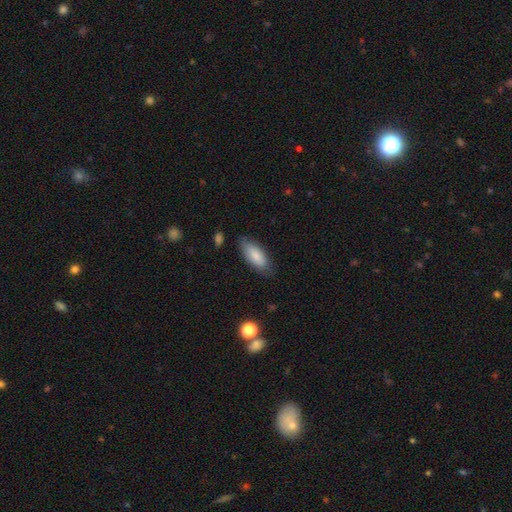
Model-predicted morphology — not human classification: Smooth or featured?
  - smooth: 84% *
  - featured or disk: 10%
  - star or artifact: 6%
How rounded?
  - in between: 81% *
  - cigar-shaped: 18%
  - round: 2%
Merging?
  - none: 77% *
  - minor disturbance: 18%
  - major disturbance: 4%
  - merger: 2%